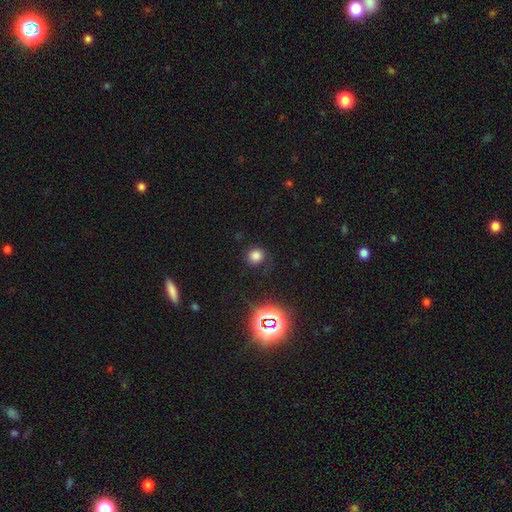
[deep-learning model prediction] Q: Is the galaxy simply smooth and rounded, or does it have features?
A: smooth — 74%.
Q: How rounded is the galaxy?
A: round — 85%.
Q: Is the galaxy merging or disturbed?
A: none — 80%.